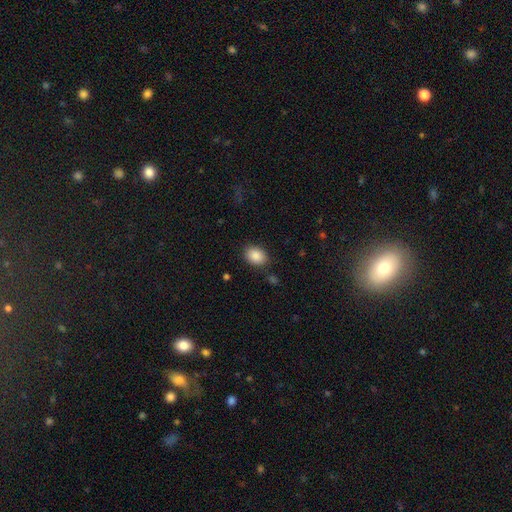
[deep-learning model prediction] A smooth galaxy with no disk features (87%) that is in between round and cigar-shaped (67%).

Vote fractions:
- Smooth or featured? smooth: 87% / star or artifact: 8% / featured or disk: 5%
- How rounded? in between: 67% / round: 32% / cigar-shaped: 1%
- Merging? none: 84% / minor disturbance: 10% / major disturbance: 3% / merger: 2%